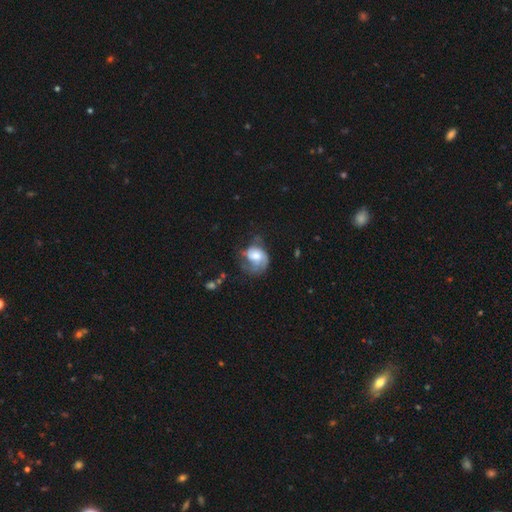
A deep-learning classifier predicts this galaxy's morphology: Smooth or featured: featured or disk — 54% (smooth — 37%)
Edge-on disk: no — 98% (yes — 2%)
Bar: no — 67% (weak — 28%)
Spiral arms: yes — 73% (no — 27%)
Bulge size: moderate — 44% (large — 31%)
Merging: major disturbance — 40% (none — 31%)